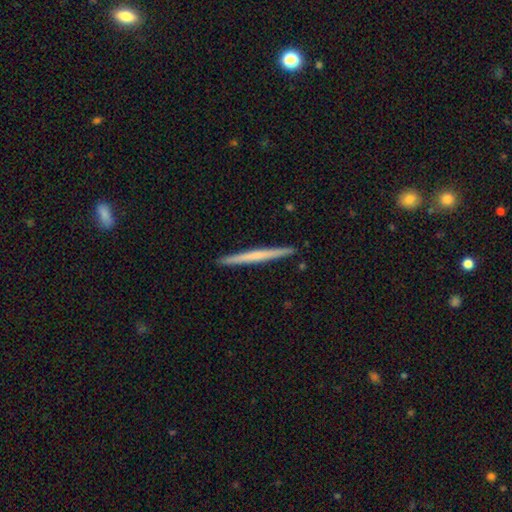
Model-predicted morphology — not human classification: Smooth or featured: featured or disk — 49% (smooth — 46%)
Merging: none — 93% (minor disturbance — 5%)